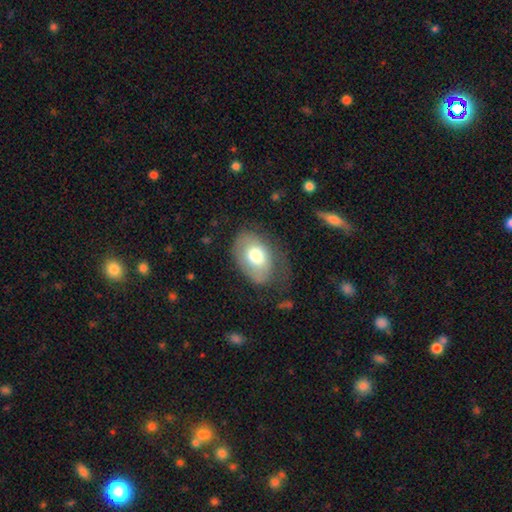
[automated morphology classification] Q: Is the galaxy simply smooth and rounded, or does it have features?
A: smooth — 68%.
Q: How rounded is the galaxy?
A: in between — 82%.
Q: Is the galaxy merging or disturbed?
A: none — 49%.